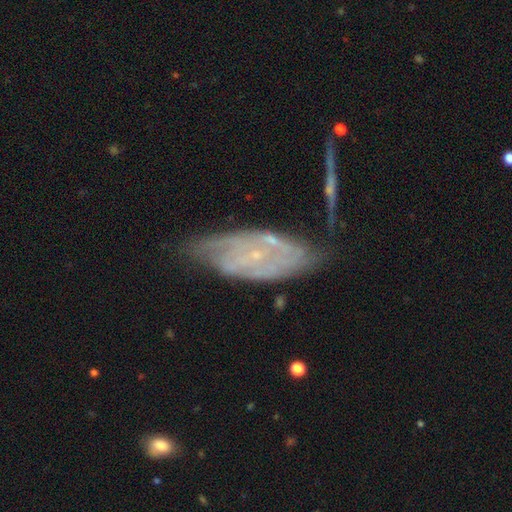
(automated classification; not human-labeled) Morphology: type=featured or disk (75%); edge-on=no (88%); bar=no (61%); spiral arms=yes (82%); winding=tight (51%); arm count=can't tell (44%); bulge=small (82%); merging=none (51%).